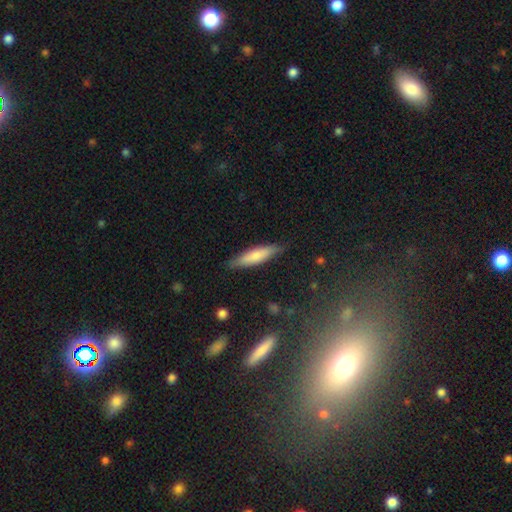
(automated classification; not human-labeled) Overall: smooth (73%). How rounded: cigar-shaped (75%). Merging: none (85%).